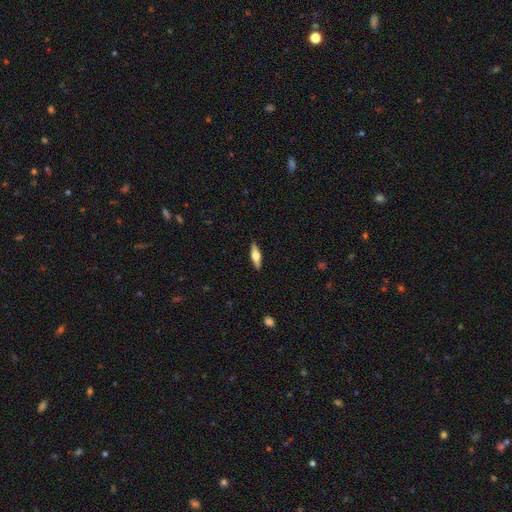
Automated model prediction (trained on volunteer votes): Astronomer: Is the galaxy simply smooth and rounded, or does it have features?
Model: smooth — 48% (runner-up: featured or disk, 46%).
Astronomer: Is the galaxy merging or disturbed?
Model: none — 89%.